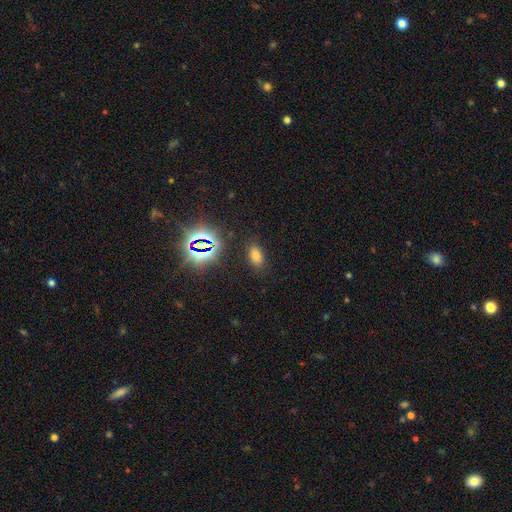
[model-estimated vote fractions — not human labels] smooth-or-featured: smooth: 67% | star or artifact: 25% | featured or disk: 8%
  how-rounded: in between: 88% | round: 9% | cigar-shaped: 3%
  merging: none: 85% | minor disturbance: 9% | major disturbance: 3% | merger: 2%